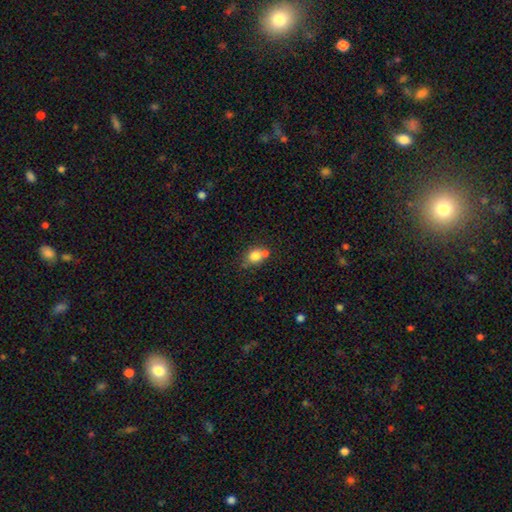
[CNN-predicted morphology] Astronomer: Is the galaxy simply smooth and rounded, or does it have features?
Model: smooth — 76%.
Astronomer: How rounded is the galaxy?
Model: round — 54% (runner-up: in between, 44%).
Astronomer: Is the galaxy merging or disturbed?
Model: none — 42% (runner-up: merger, 37%).